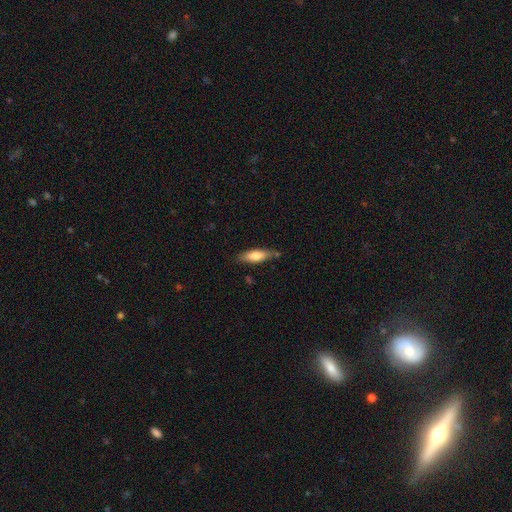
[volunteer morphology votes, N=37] This appears to be a smooth galaxy with no disk features (59%) that is in between round and cigar-shaped (68%). Merging: none (62%).